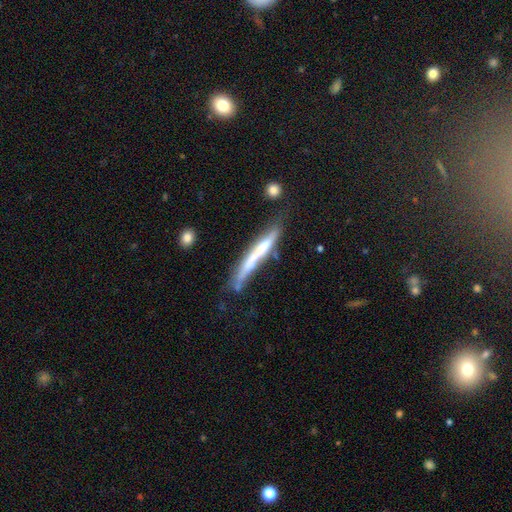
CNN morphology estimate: Smooth or featured: featured or disk — 52% (smooth — 41%)
Edge-on disk: yes — 86% (no — 14%)
Merging: none — 53% (minor disturbance — 28%)